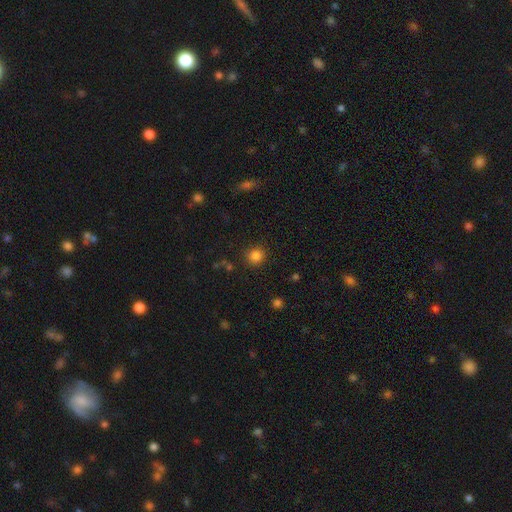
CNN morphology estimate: This appears to be a smooth galaxy with no disk features (83%) that is round (89%). Merging: none (88%).